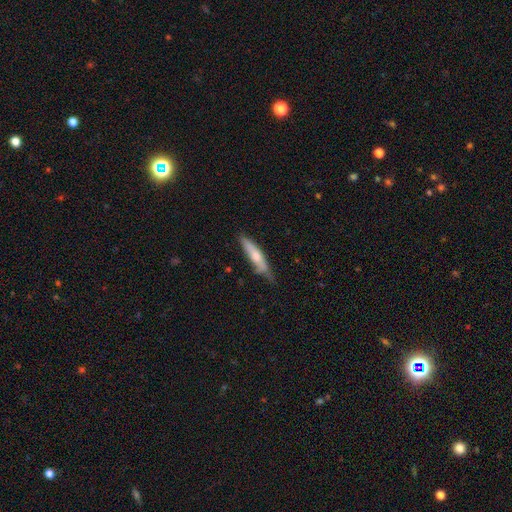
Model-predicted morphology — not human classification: This is possibly a smooth galaxy (60%). How rounded: clearly cigar-shaped (85%). Merging: likely none (67%).